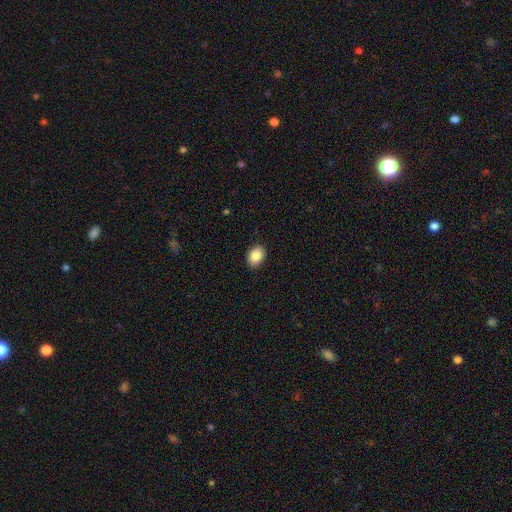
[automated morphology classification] smooth_or_featured: smooth (p=0.87) [alt: star or artifact p=0.08]
how_rounded: in between (p=0.74) [alt: round p=0.25]
merging: none (p=0.89) [alt: minor disturbance p=0.08]